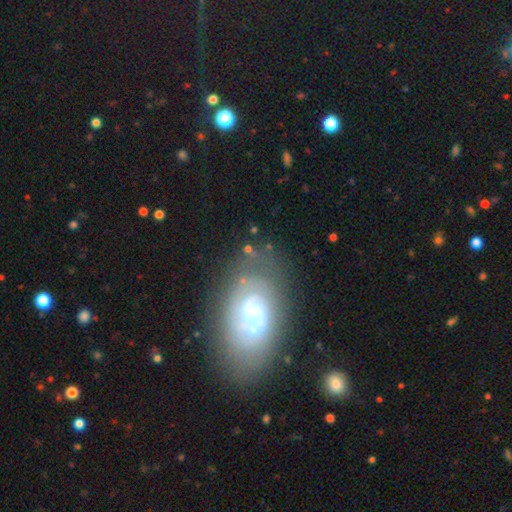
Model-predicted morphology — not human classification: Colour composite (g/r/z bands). It shows a featured or disk galaxy (71%) with no bar (57%), 2 (44%) tight (53%) spiral arms (77%) and a moderate central bulge (47%). Merging: none (69%).